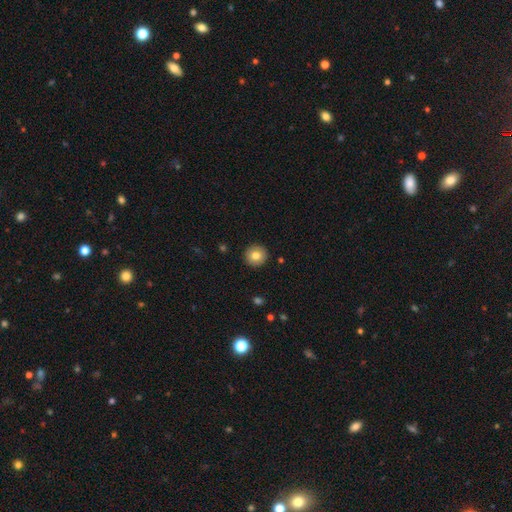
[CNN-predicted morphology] Smooth or featured?
  - smooth: 80% *
  - featured or disk: 11%
  - star or artifact: 9%
How rounded?
  - round: 94% *
  - in between: 5%
  - cigar-shaped: 1%
Merging?
  - none: 92% *
  - minor disturbance: 5%
  - major disturbance: 2%
  - merger: 1%